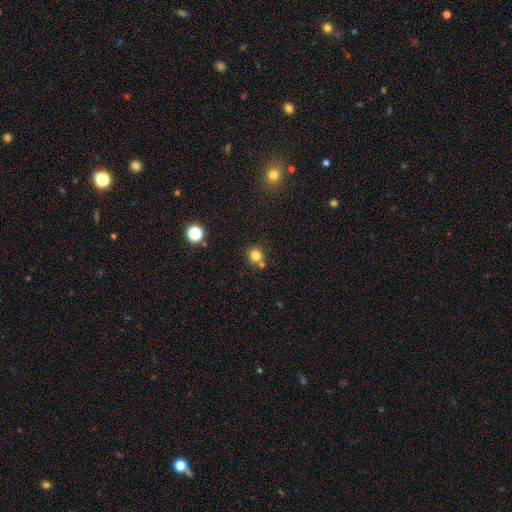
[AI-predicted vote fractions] Smooth or featured? smooth (80%)
How rounded? round (92%)
Merging? none (72%)